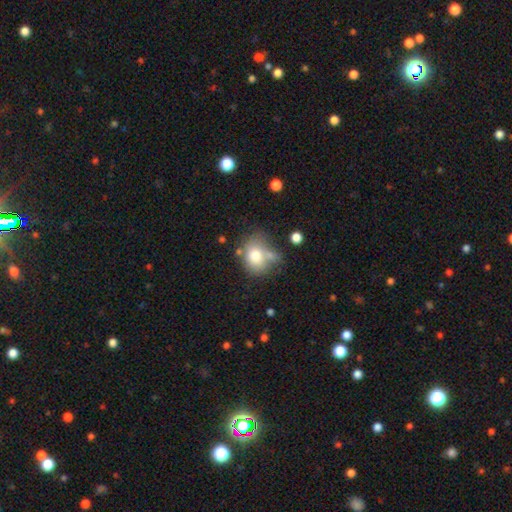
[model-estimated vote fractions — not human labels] A smooth galaxy with no disk features (75%) that is in between round and cigar-shaped (50%). Merging: none (41%).